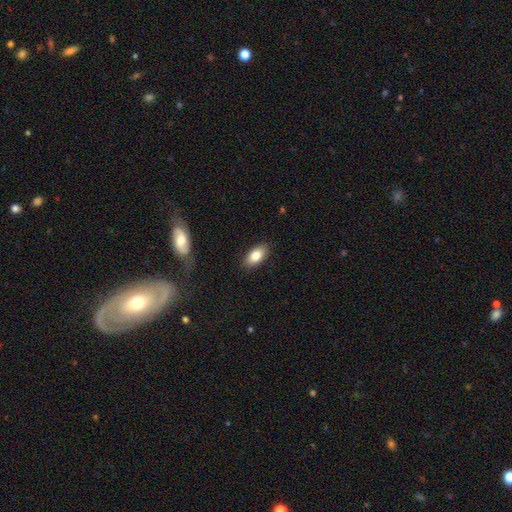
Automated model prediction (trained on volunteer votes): Overall: smooth (82%). How rounded: in between (91%). Merging: none (87%).